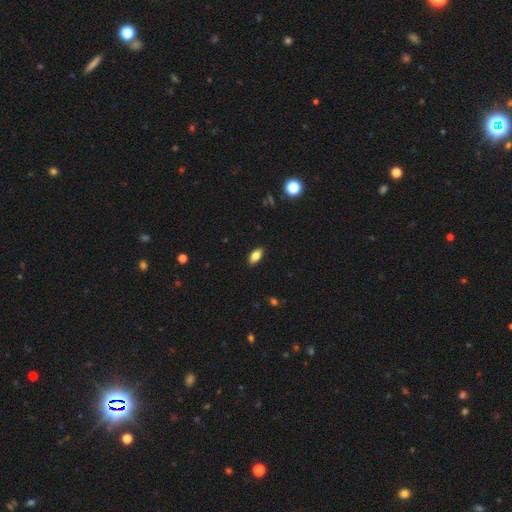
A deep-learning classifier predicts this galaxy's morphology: A smooth galaxy with no disk features (82%) that is in between round and cigar-shaped (90%). Merging: none (90%).